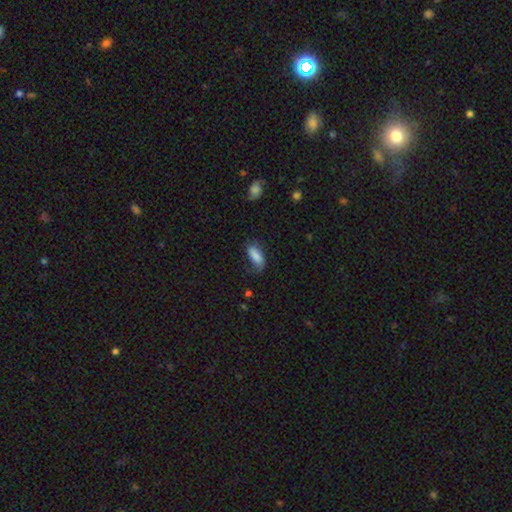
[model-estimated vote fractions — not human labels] Smooth or featured: smooth — 82% (featured or disk — 11%)
How rounded: in between — 79% (cigar-shaped — 18%)
Merging: none — 55% (minor disturbance — 30%)